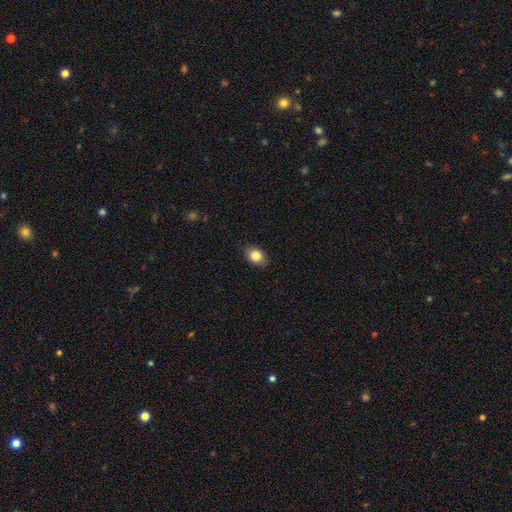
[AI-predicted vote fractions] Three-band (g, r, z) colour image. It shows a smooth galaxy with no disk features (83%) that is in between round and cigar-shaped (68%). Merging: none (85%).